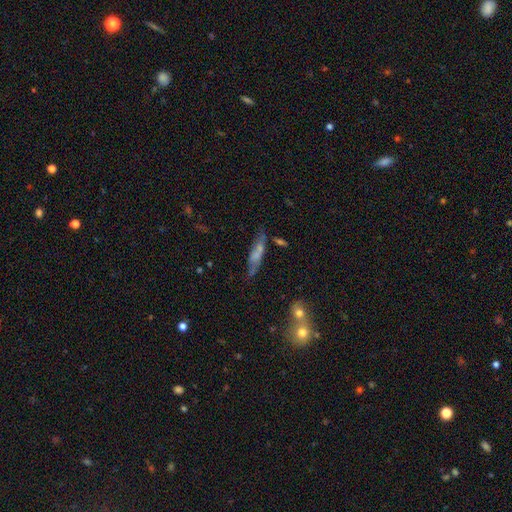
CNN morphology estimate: This appears to be a smooth galaxy with no disk features (44%). Merging: none (65%).